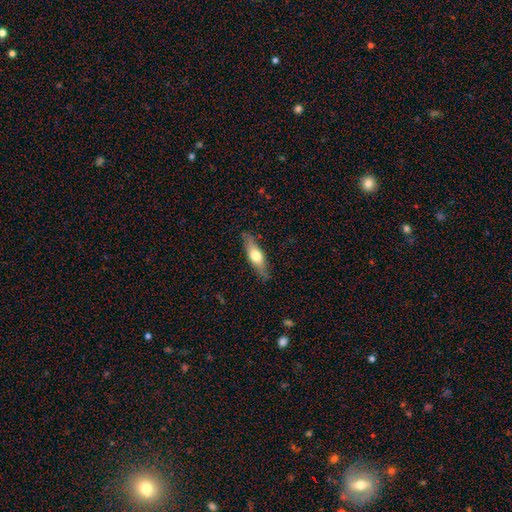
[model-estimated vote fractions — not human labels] Smooth or featured: smooth — 49% (featured or disk — 45%)
Merging: none — 84% (minor disturbance — 12%)